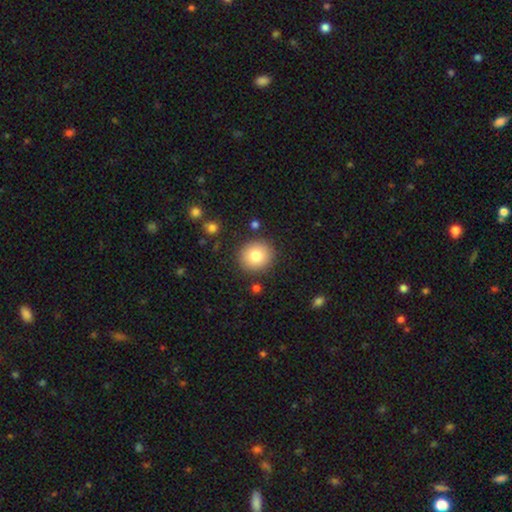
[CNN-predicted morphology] Smooth or featured? Predicted: smooth (p=0.82). How rounded? Predicted: round (p=0.87). Merging? Predicted: none (p=0.88).